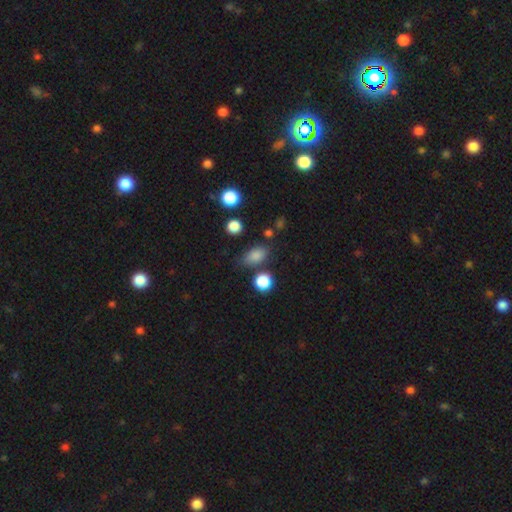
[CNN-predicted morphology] A smooth galaxy with no disk features (83%) that is in between round and cigar-shaped (82%).

Vote fractions:
- Smooth or featured? smooth: 83% / star or artifact: 11% / featured or disk: 6%
- How rounded? in between: 82% / round: 15% / cigar-shaped: 3%
- Merging? none: 75% / minor disturbance: 15% / merger: 6% / major disturbance: 4%